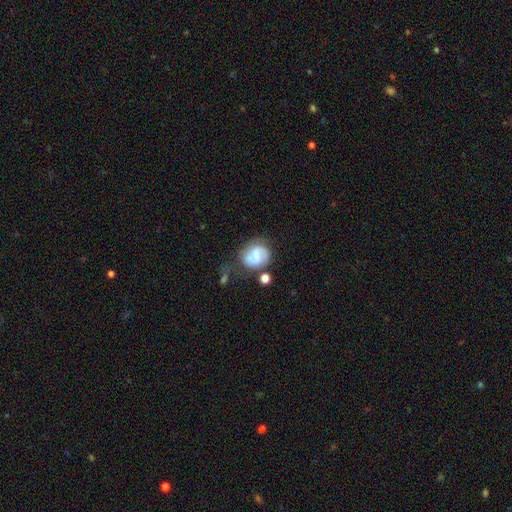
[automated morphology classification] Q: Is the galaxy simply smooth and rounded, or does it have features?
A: featured or disk — 51%.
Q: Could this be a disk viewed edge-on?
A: no — 97%.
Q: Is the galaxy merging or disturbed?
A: none — 49%.